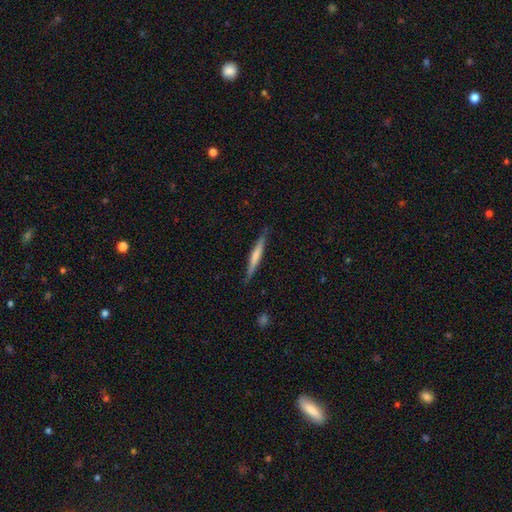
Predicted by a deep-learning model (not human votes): smooth_or_featured: smooth (p=0.53) [alt: featured or disk p=0.42]
how_rounded: cigar-shaped (p=0.95) [alt: in between p=0.04]
merging: none (p=0.86) [alt: minor disturbance p=0.11]